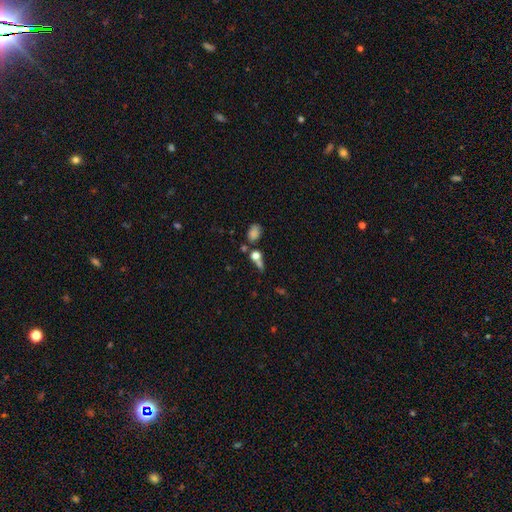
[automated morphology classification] smooth_or_featured: smooth (p=0.71) [alt: star or artifact p=0.16]
how_rounded: round (p=0.49) [alt: in between p=0.45]
merging: none (p=0.41) [alt: merger p=0.38]